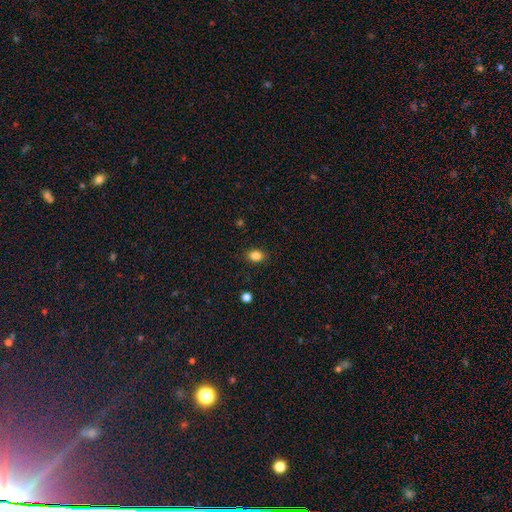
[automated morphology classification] type=smooth (85%); roundness=in between (70%); merging=none (86%).